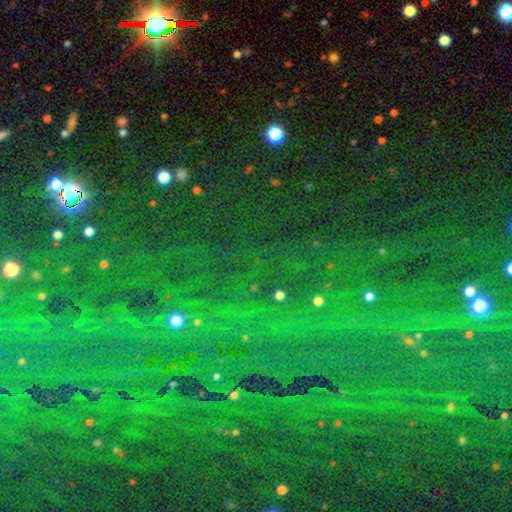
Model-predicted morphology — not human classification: The model was most divided on "smooth or featured": star or artifact: 82%, smooth: 9%, featured or disk: 8%.